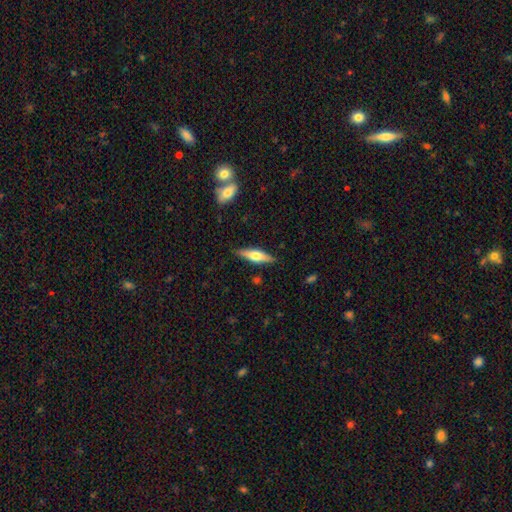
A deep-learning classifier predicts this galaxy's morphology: This appears to be a featured or disk galaxy (50%) viewed edge-on (93%). Merging: none (86%).